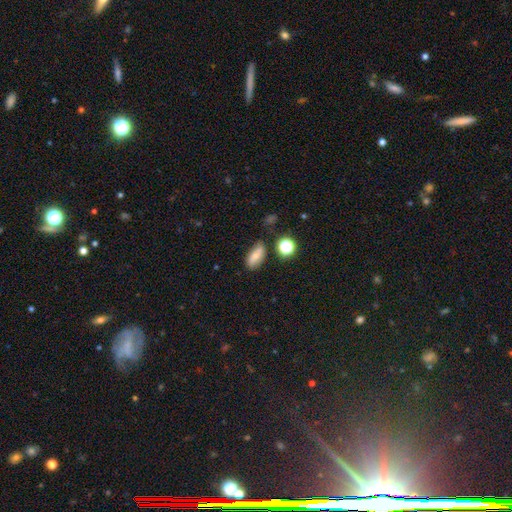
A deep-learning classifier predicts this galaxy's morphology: Smooth or featured? smooth (75%)
How rounded? in between (83%)
Merging? none (72%)